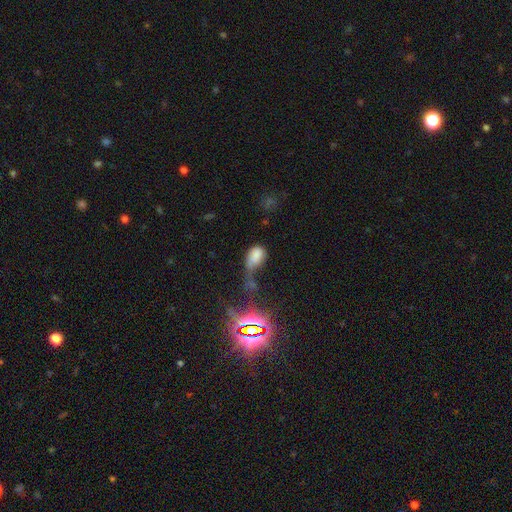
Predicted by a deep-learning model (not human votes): This is likely a smooth galaxy (66%). How rounded: likely in between (76%). Merging: marginally major disturbance (38%).